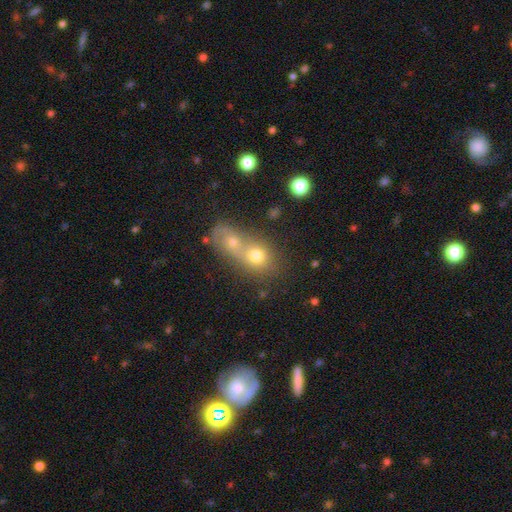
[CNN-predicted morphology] Q: Smooth or featured?
A: smooth (66%); runner-up: featured or disk (20%)
Q: How rounded?
A: round (64%); runner-up: in between (34%)
Q: Merging?
A: merger (63%); runner-up: none (28%)